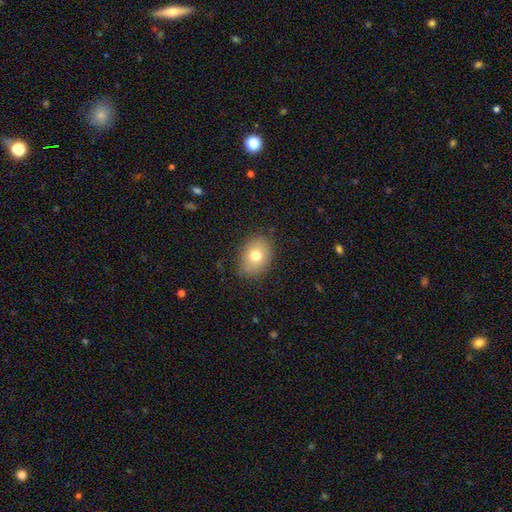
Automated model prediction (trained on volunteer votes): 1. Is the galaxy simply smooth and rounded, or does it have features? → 76% smooth, 14% featured or disk, 10% star or artifact.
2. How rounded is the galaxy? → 66% in between, 33% round, 1% cigar-shaped.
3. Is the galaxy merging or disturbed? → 85% none, 11% minor disturbance, 3% major disturbance, 1% merger.